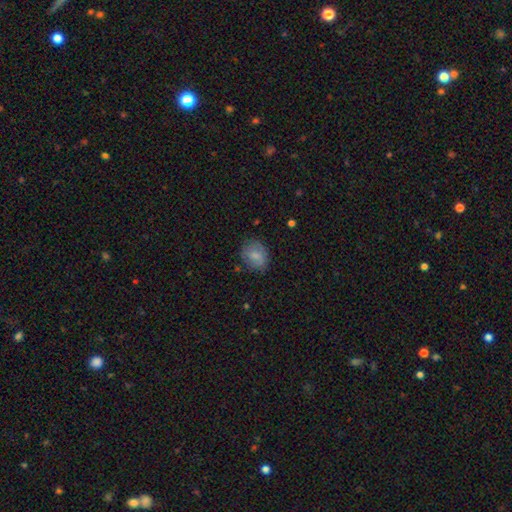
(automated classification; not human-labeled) Smooth or featured? Predicted: smooth (p=0.76). How rounded? Predicted: in between (p=0.51). Merging? Predicted: none (p=0.74).